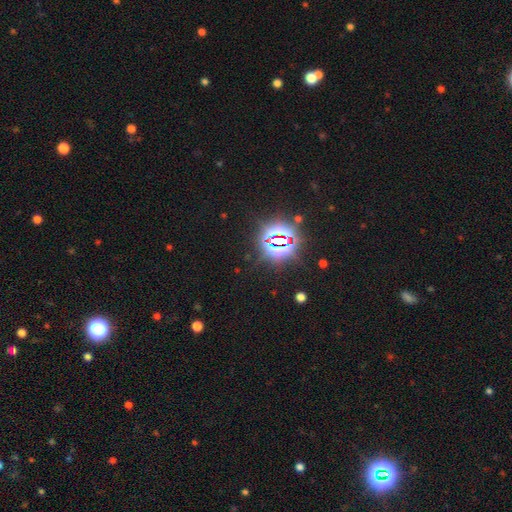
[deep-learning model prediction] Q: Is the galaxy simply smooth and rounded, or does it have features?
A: star or artifact — 86%.